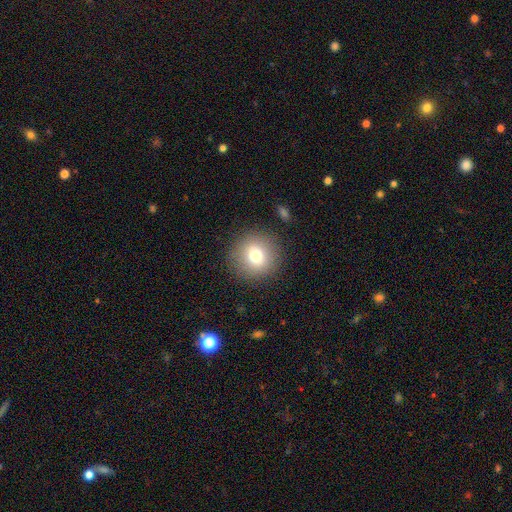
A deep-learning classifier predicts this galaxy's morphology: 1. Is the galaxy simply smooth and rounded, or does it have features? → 75% smooth, 13% featured or disk, 12% star or artifact.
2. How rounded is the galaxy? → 94% round, 5% in between, 1% cigar-shaped.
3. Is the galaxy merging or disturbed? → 89% none, 7% minor disturbance, 3% major disturbance, 1% merger.